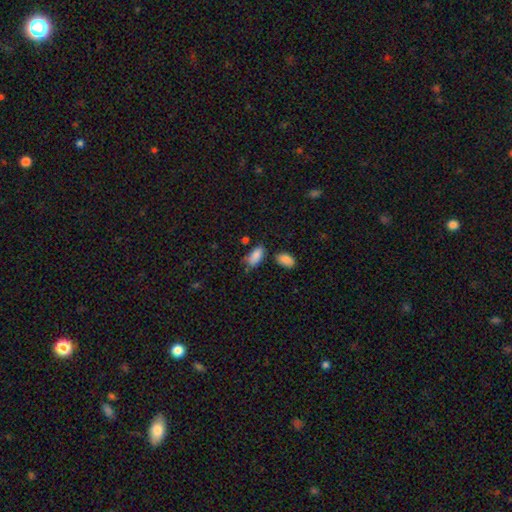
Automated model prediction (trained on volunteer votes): A smooth galaxy with no disk features (86%) that is in between round and cigar-shaped (92%).

Vote fractions:
- Smooth or featured? smooth: 86% / star or artifact: 8% / featured or disk: 6%
- How rounded? in between: 92% / cigar-shaped: 5% / round: 3%
- Merging? none: 60% / minor disturbance: 25% / merger: 9% / major disturbance: 6%